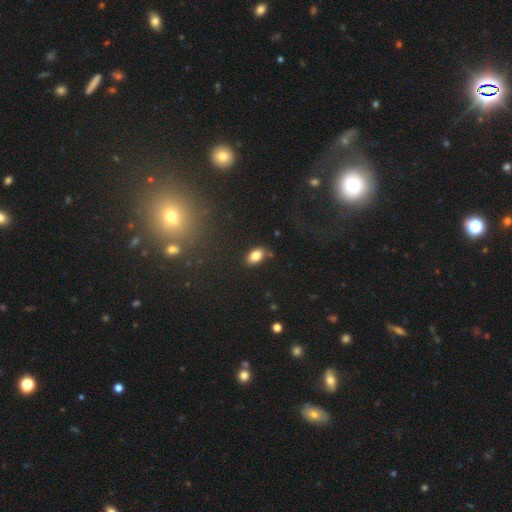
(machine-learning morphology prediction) The model was most divided on "merging": none: 83%, minor disturbance: 12%, merger: 3%, major disturbance: 3%. More confident: how rounded — in between (89%); smooth or featured — smooth (82%).